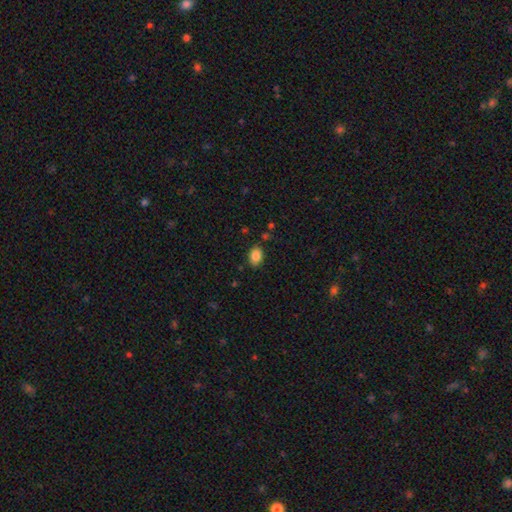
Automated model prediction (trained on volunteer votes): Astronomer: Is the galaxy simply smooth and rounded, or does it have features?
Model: smooth — 86%.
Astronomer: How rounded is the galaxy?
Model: in between — 79%.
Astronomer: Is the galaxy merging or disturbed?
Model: none — 83%.